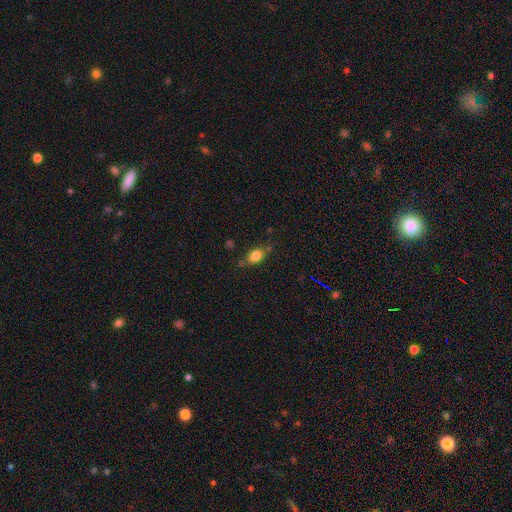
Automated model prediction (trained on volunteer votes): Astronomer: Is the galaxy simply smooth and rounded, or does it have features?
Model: smooth — 81%.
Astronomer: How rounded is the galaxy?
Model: in between — 75%.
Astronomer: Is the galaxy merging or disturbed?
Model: none — 67%.